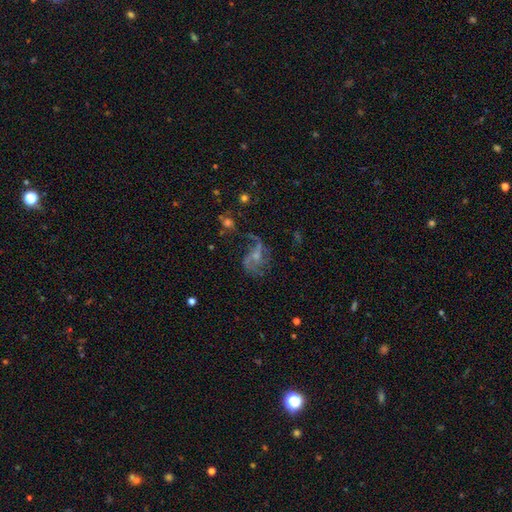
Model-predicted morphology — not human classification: featured or disk 67%, smooth 19%, star or artifact 14%. Down the decision tree: edge-on disk — no (97%); bar — no (54%); spiral arms — yes (75%); bulge size — small (52%); merging — none (38%).